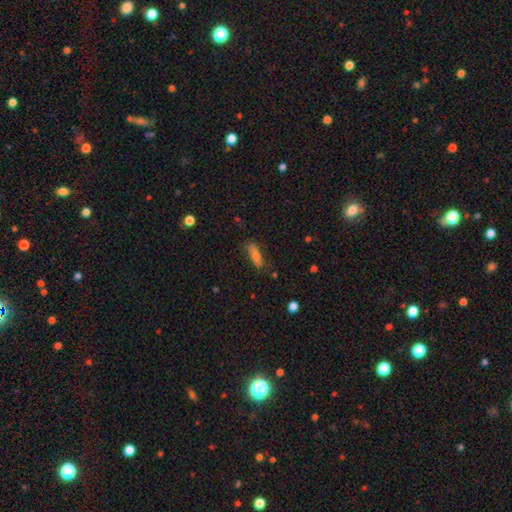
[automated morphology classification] smooth-or-featured: smooth: 66% | featured or disk: 22% | star or artifact: 11%
  how-rounded: cigar-shaped: 61% | in between: 36% | round: 3%
  merging: none: 76% | minor disturbance: 18% | major disturbance: 4% | merger: 2%